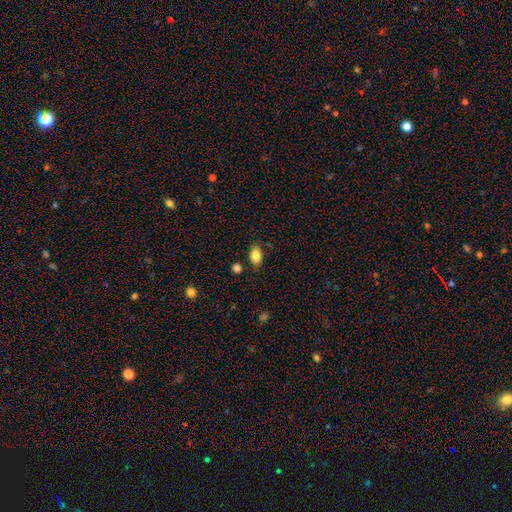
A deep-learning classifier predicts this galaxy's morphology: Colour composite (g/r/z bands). It shows a smooth galaxy with no disk features (84%) that is in between round and cigar-shaped (85%). Merging: none (83%).